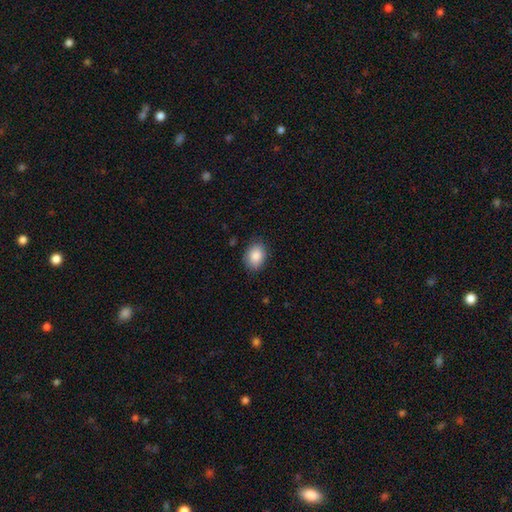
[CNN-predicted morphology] Overall: smooth (87%). How rounded: in between (74%). Merging: none (83%).